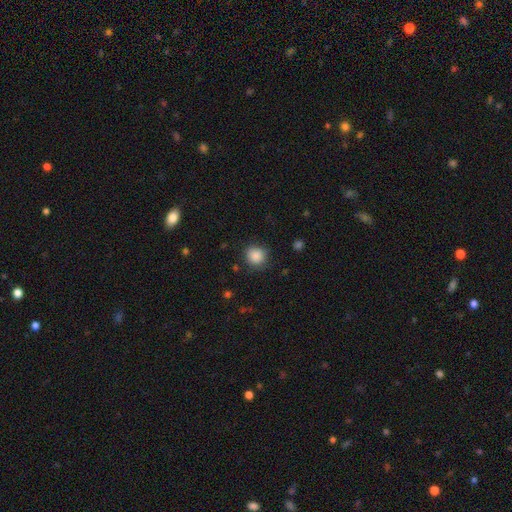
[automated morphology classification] Q: Smooth or featured?
A: smooth (88%); runner-up: star or artifact (9%)
Q: How rounded?
A: round (89%); runner-up: in between (10%)
Q: Merging?
A: none (84%); runner-up: minor disturbance (11%)